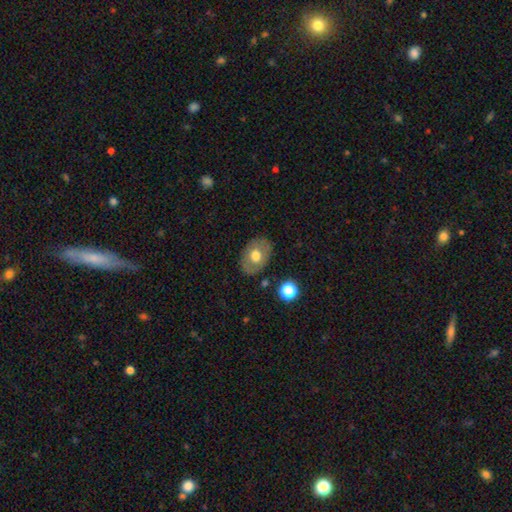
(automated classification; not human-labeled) smooth_or_featured: smooth (p=0.60) [alt: featured or disk p=0.33]
how_rounded: in between (p=0.76) [alt: round p=0.23]
merging: none (p=0.81) [alt: minor disturbance p=0.13]